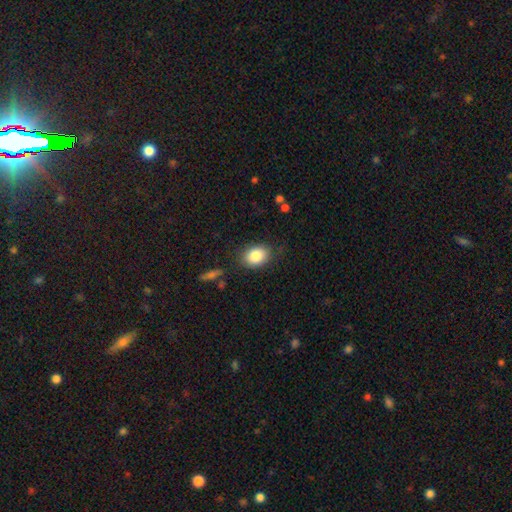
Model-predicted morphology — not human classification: A smooth galaxy with no disk features (84%) that is in between round and cigar-shaped (69%). Merging: none (80%).